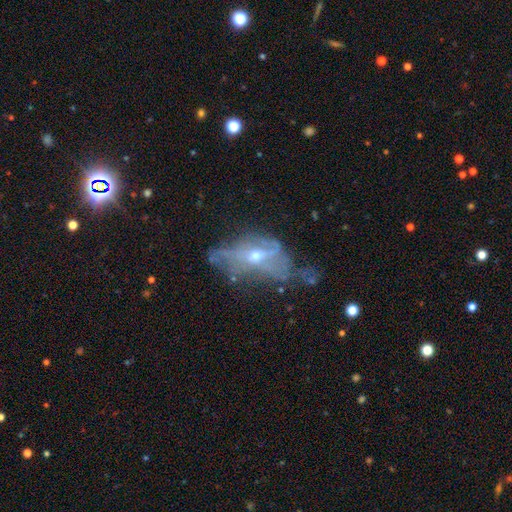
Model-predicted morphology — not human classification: Overall: featured or disk (67%). Edge-on disk: no (81%). Bar: no (67%). Spiral arms: no (62%; yes 38%). Bulge size: moderate (49%; small 46%). Merging: major disturbance (36%; none 33%).